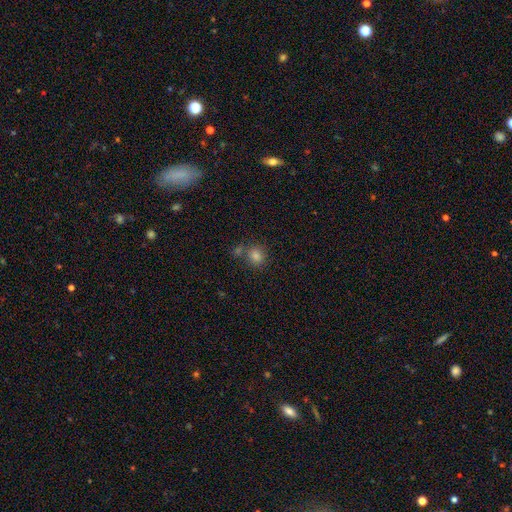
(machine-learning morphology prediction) Overall: smooth (78%). How rounded: round (85%). Merging: none (69%).